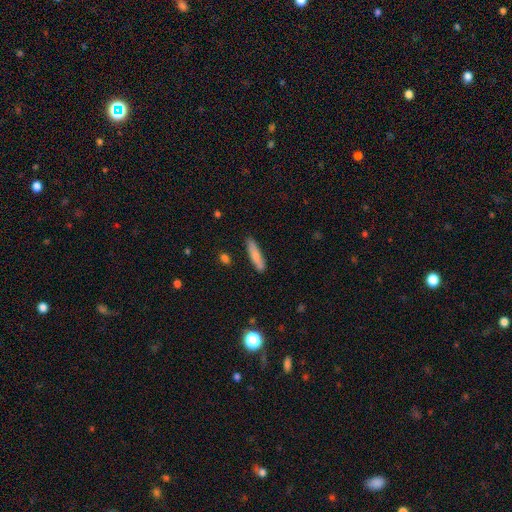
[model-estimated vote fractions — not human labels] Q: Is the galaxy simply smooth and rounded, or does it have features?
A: smooth — 76%.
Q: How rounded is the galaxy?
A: cigar-shaped — 84%.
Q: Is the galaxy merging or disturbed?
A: none — 84%.